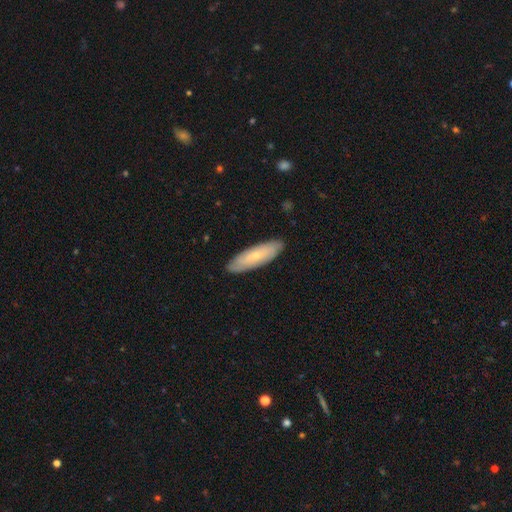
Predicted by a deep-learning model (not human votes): This is possibly a smooth galaxy (53%). How rounded: possibly cigar-shaped (53%). Merging: clearly none (86%).